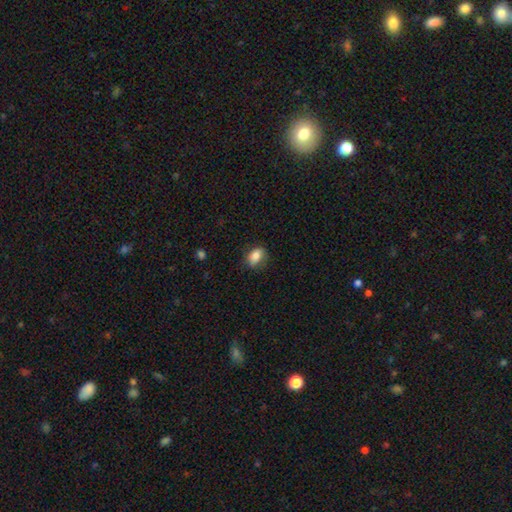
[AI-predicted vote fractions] Overall: smooth (81%). How rounded: in between (79%). Merging: none (74%).